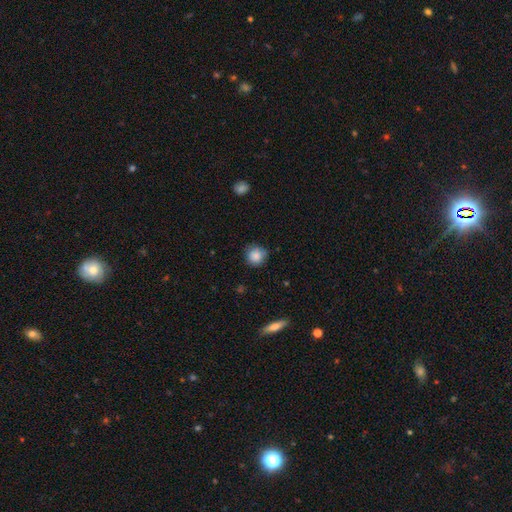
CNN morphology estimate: This is clearly a smooth galaxy (86%). How rounded: clearly round (90%). Merging: likely none (78%).